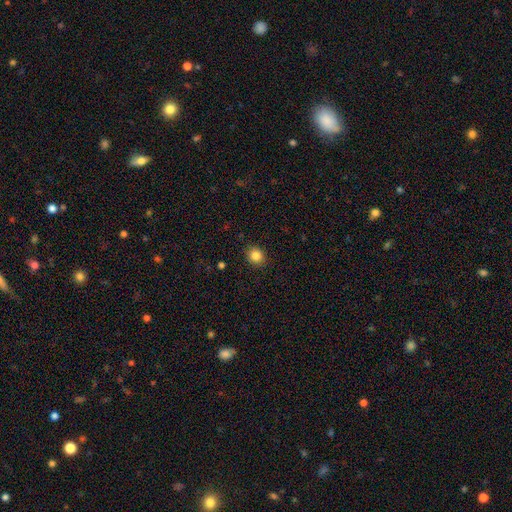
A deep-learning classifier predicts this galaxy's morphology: smooth_or_featured: smooth (p=0.84) [alt: star or artifact p=0.11]
how_rounded: round (p=0.79) [alt: in between p=0.20]
merging: none (p=0.90) [alt: minor disturbance p=0.07]